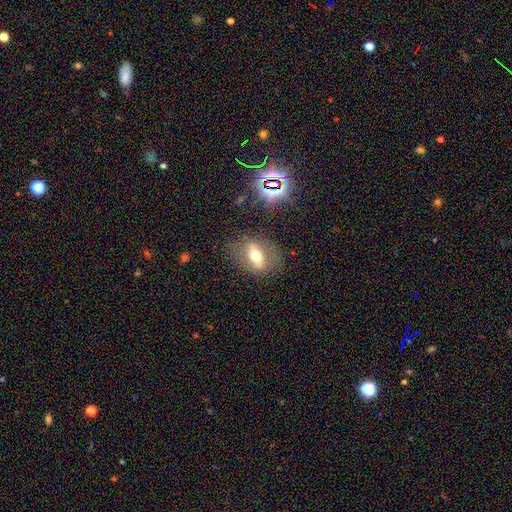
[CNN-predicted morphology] This is possibly a featured or disk galaxy (46%). Merging: likely none (75%).